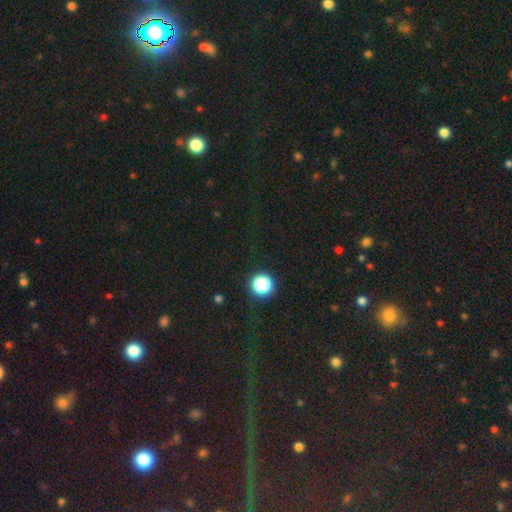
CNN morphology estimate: smooth_or_featured: star or artifact (p=0.73) [alt: smooth p=0.20]